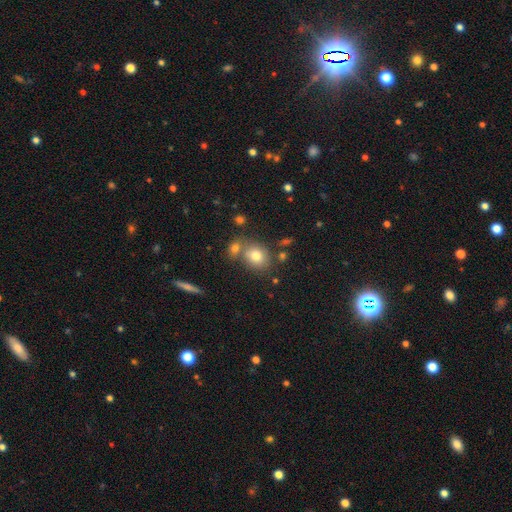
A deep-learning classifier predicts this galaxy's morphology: A smooth galaxy with no disk features (77%) that is round (59%).

Vote fractions:
- Smooth or featured? smooth: 77% / featured or disk: 12% / star or artifact: 11%
- How rounded? round: 59% / in between: 40% / cigar-shaped: 1%
- Merging? none: 58% / merger: 27% / minor disturbance: 11% / major disturbance: 4%